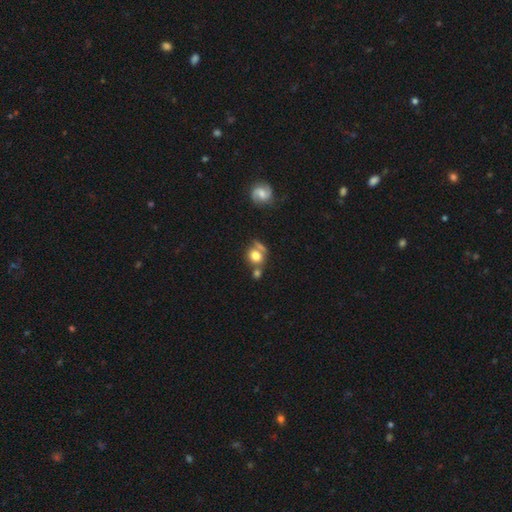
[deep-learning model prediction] smooth_or_featured: smooth (p=0.72) [alt: featured or disk p=0.17]
how_rounded: round (p=0.76) [alt: in between p=0.22]
merging: none (p=0.50) [alt: merger p=0.30]